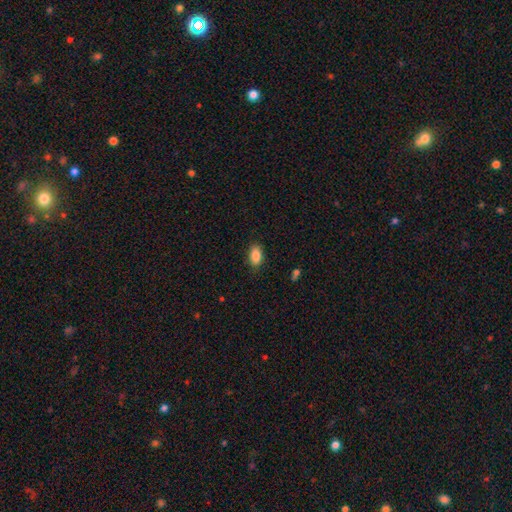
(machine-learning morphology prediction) A smooth galaxy with no disk features (87%) that is in between round and cigar-shaped (91%).

Vote fractions:
- Smooth or featured? smooth: 87% / star or artifact: 8% / featured or disk: 5%
- How rounded? in between: 91% / round: 7% / cigar-shaped: 3%
- Merging? none: 86% / minor disturbance: 11% / major disturbance: 2% / merger: 1%